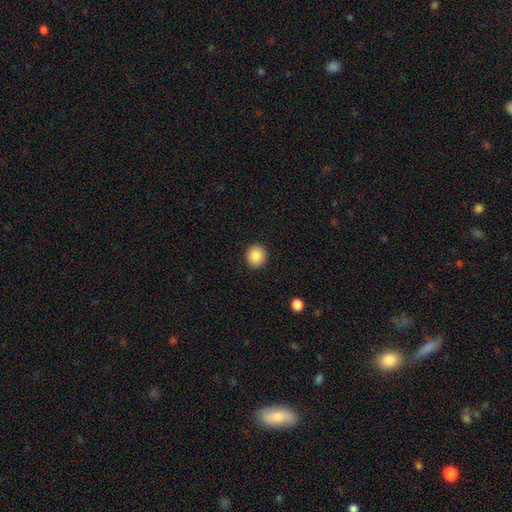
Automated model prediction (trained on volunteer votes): Morphology: type=smooth (86%); roundness=round (85%); merging=none (92%).